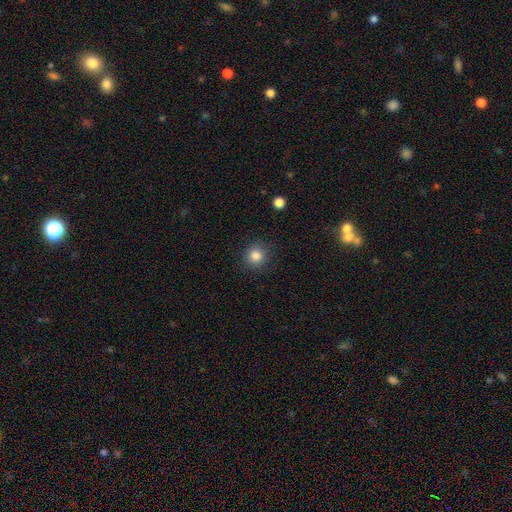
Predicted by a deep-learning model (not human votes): smooth-or-featured: smooth: 84% | star or artifact: 11% | featured or disk: 5%
  how-rounded: round: 91% | in between: 8% | cigar-shaped: 1%
  merging: none: 88% | minor disturbance: 8% | major disturbance: 3% | merger: 1%